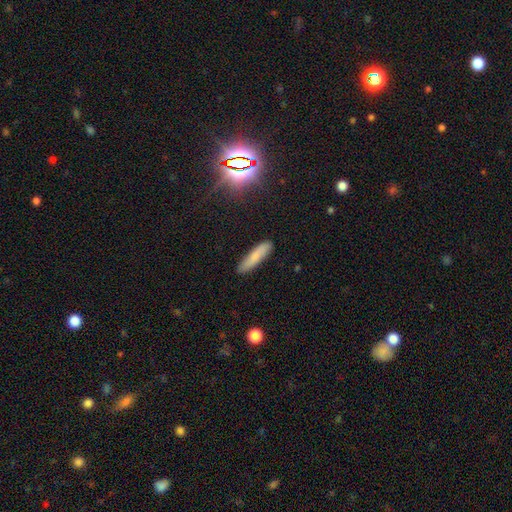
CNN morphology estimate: smooth-or-featured: smooth: 77% | featured or disk: 14% | star or artifact: 9%
  how-rounded: cigar-shaped: 81% | in between: 17% | round: 2%
  merging: none: 85% | minor disturbance: 11% | major disturbance: 2% | merger: 1%